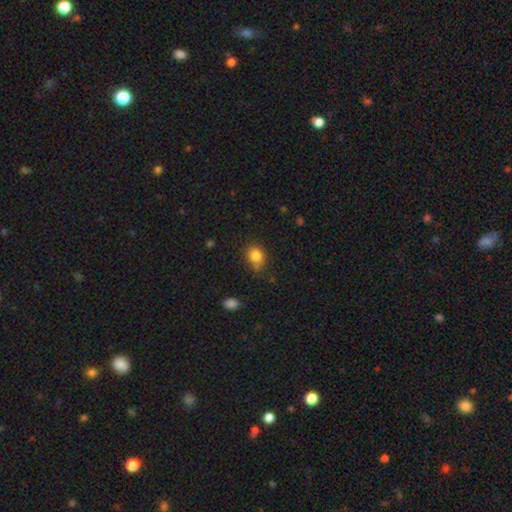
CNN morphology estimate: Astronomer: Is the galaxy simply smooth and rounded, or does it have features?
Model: smooth — 83%.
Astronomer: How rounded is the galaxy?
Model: round — 65%.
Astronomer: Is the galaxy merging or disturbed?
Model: none — 68%.